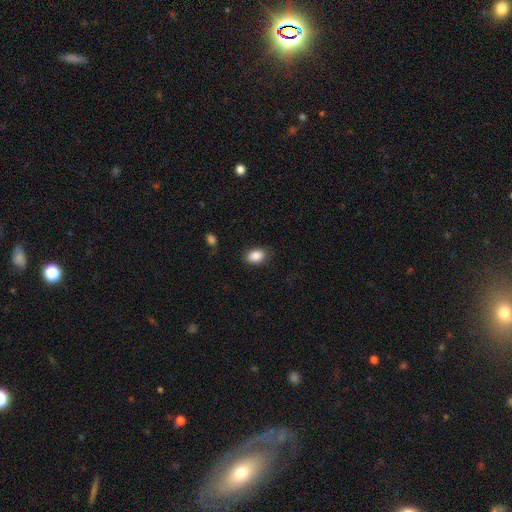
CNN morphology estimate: This is clearly a smooth galaxy (88%). How rounded: clearly in between (81%). Merging: clearly none (83%).